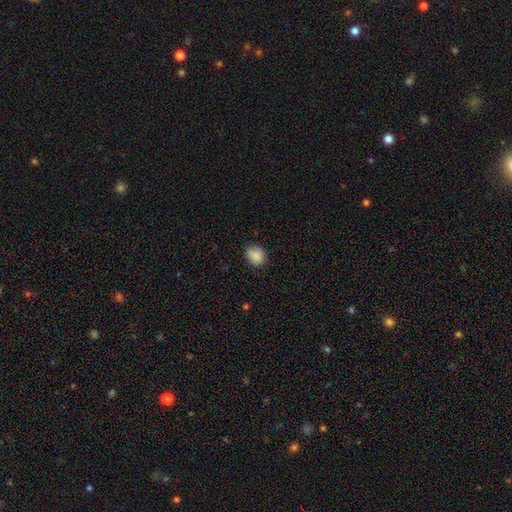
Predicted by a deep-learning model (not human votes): smooth-or-featured: smooth: 88% | star or artifact: 8% | featured or disk: 3%
  how-rounded: round: 60% | in between: 39% | cigar-shaped: 1%
  merging: none: 85% | minor disturbance: 11% | major disturbance: 2% | merger: 1%